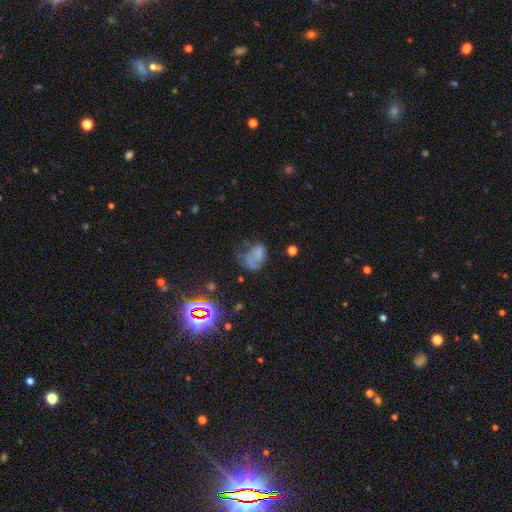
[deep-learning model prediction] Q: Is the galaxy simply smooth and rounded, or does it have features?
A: smooth — 41%.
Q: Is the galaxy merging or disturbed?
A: major disturbance — 37%.